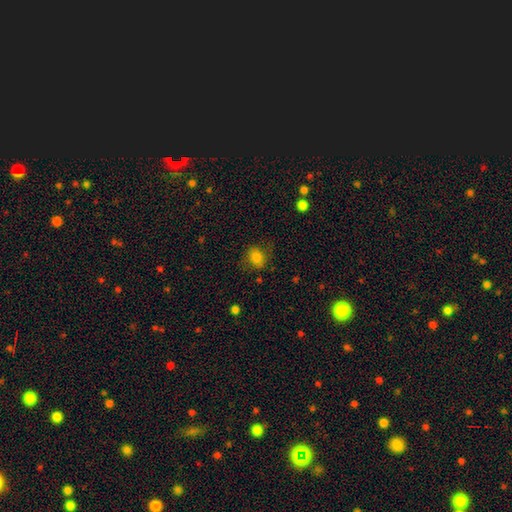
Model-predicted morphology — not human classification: The model was most divided on "how rounded": round: 56%, in between: 43%, cigar-shaped: 1%. More confident: smooth or featured — smooth (79%); merging — none (71%).